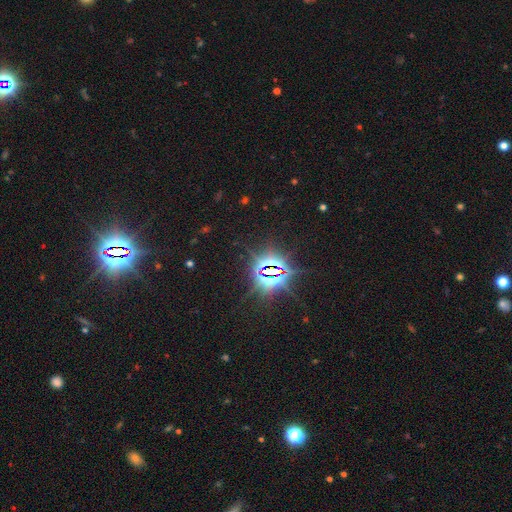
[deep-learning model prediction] Smooth or featured? star or artifact (84%)